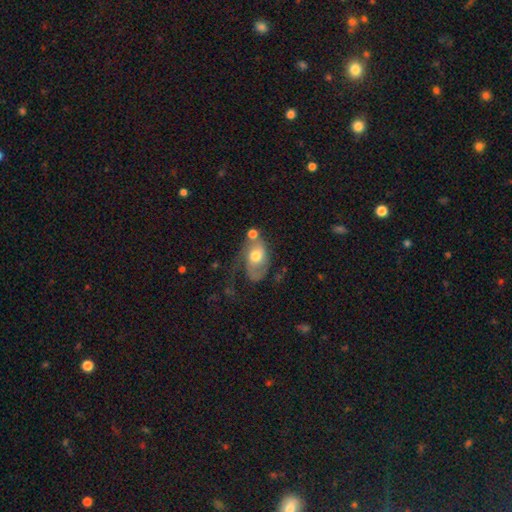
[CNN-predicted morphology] smooth-or-featured: featured or disk: 47% | smooth: 46% | star or artifact: 8%
  merging: none: 30% | major disturbance: 29% | minor disturbance: 23% | merger: 18%